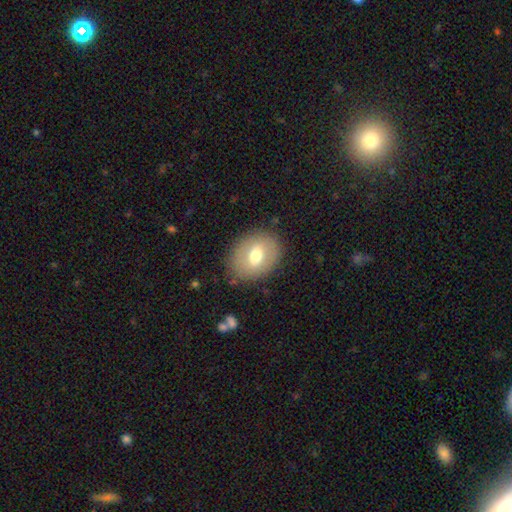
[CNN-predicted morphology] The model was most divided on "how rounded": in between: 64%, round: 35%, cigar-shaped: 1%. More confident: merging — none (83%); smooth or featured — smooth (63%).